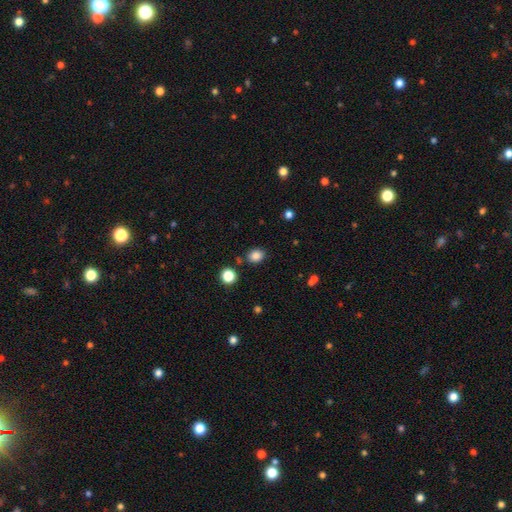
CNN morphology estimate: Overall: smooth (84%). How rounded: round (58%; in between 42%). Merging: none (82%).